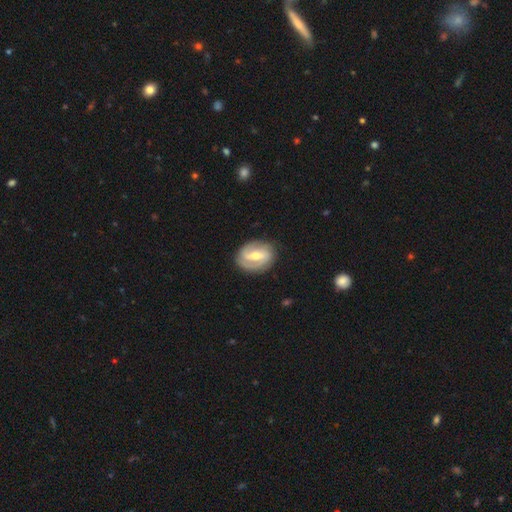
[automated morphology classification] A featured or disk galaxy (78%) with a strong bar (46%), 2 (76%) tight (45%) spiral arms (86%) and a moderate central bulge (61%).

Vote fractions:
- Smooth or featured? featured or disk: 78% / smooth: 17% / star or artifact: 5%
- Edge-on disk? no: 96% / yes: 4%
- Bar? strong: 46% / weak: 39% / no: 15%
- Spiral arms? yes: 86% / no: 14%
- Spiral winding? tight: 45% / medium: 38% / loose: 17%
- Spiral arm count? 2: 76% / can't tell: 11% / 1: 6% / 3: 4% / 4: 1% / more than 4: 1%
- Bulge size? moderate: 61% / small: 34% / large: 3% / none: 1% / dominant: 1%
- Merging? none: 81% / minor disturbance: 14% / major disturbance: 4% / merger: 1%